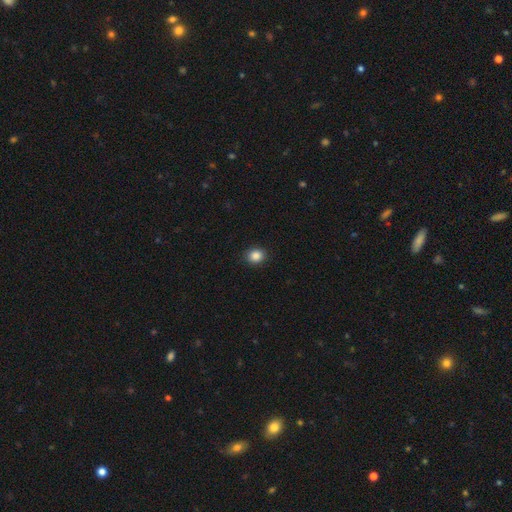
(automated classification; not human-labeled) Smooth or featured? smooth (87%)
How rounded? round (65%)
Merging? none (90%)